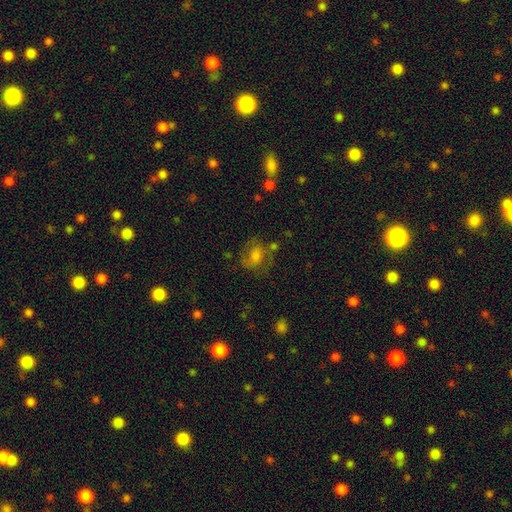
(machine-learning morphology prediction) Q: Smooth or featured?
A: smooth (47%); runner-up: featured or disk (38%)
Q: Merging?
A: none (57%); runner-up: minor disturbance (22%)